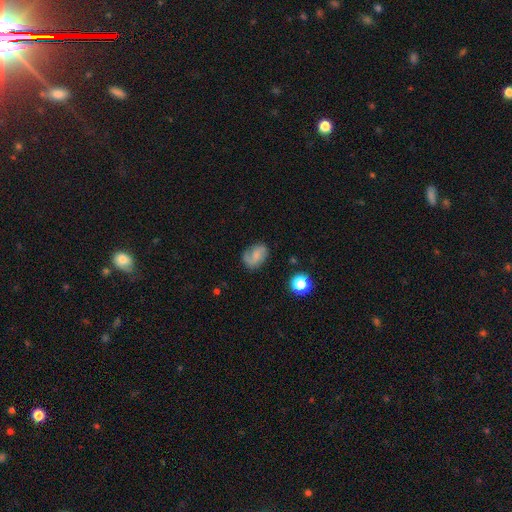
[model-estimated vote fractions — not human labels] Smooth or featured? smooth (46%)
Merging? none (66%)